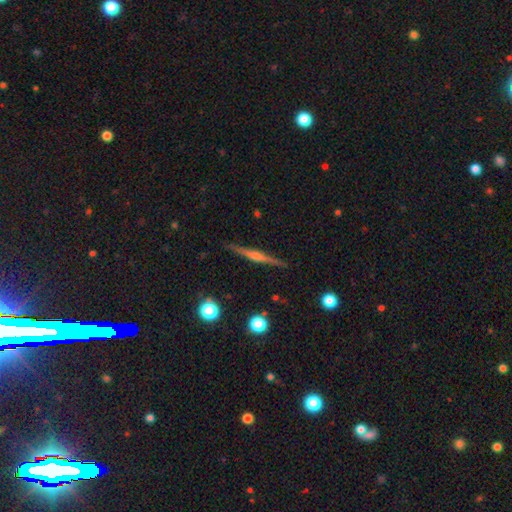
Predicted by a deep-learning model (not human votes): A featured or disk galaxy (80%) viewed edge-on (98%) with a rounded central bulge (79%).

Vote fractions:
- Smooth or featured? featured or disk: 80% / smooth: 13% / star or artifact: 7%
- Edge-on disk? yes: 98% / no: 2%
- Edge-on bulge? rounded: 79% / none: 11% / boxy: 10%
- Merging? none: 92% / minor disturbance: 6% / major disturbance: 1% / merger: 1%